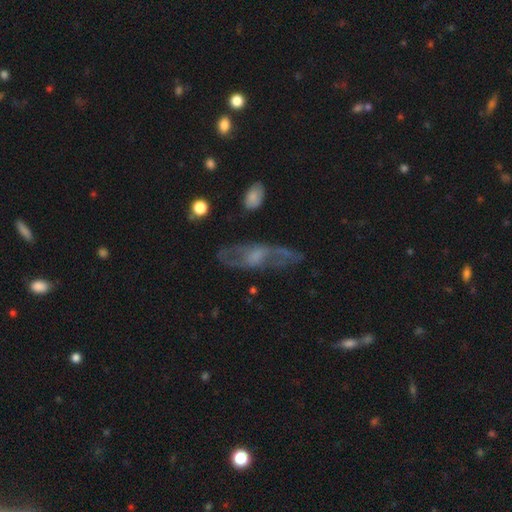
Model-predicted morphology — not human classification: Smooth or featured?
  - featured or disk: 67% *
  - smooth: 24%
  - star or artifact: 10%
Edge-on disk?
  - no: 81% *
  - yes: 19%
Bar?
  - no: 53% *
  - weak: 36%
  - strong: 11%
Spiral arms?
  - yes: 61% *
  - no: 39%
Bulge size?
  - small: 32% * (tied)
  - moderate: 32% * (tied)
  - none: 25%
  - large: 9%
  - dominant: 2%
Merging?
  - none: 60% *
  - minor disturbance: 19%
  - major disturbance: 17%
  - merger: 3%